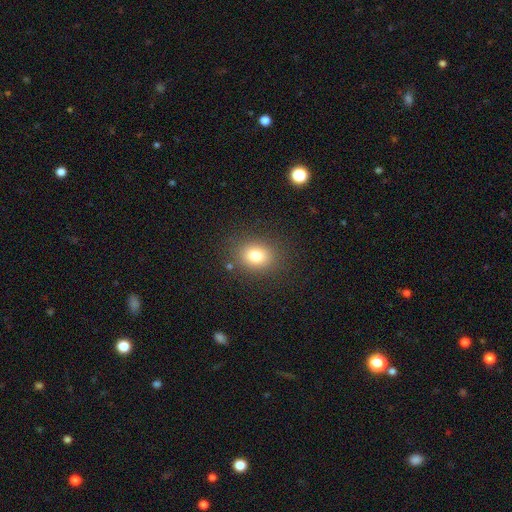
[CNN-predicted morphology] smooth_or_featured: smooth (p=0.78) [alt: star or artifact p=0.13]
how_rounded: round (p=0.56) [alt: in between p=0.43]
merging: none (p=0.85) [alt: minor disturbance p=0.09]